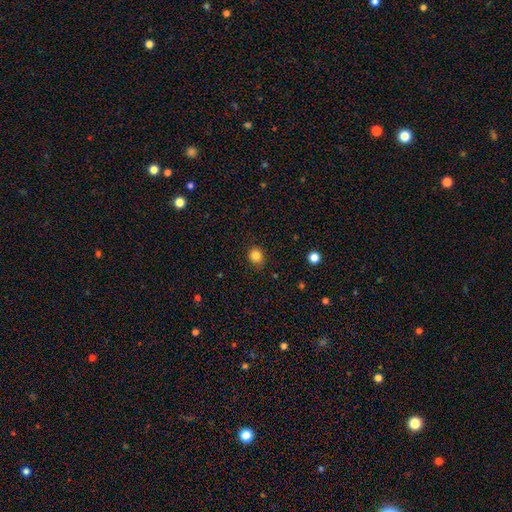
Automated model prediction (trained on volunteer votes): This is clearly a smooth galaxy (84%). How rounded: clearly round (82%). Merging: clearly none (86%).